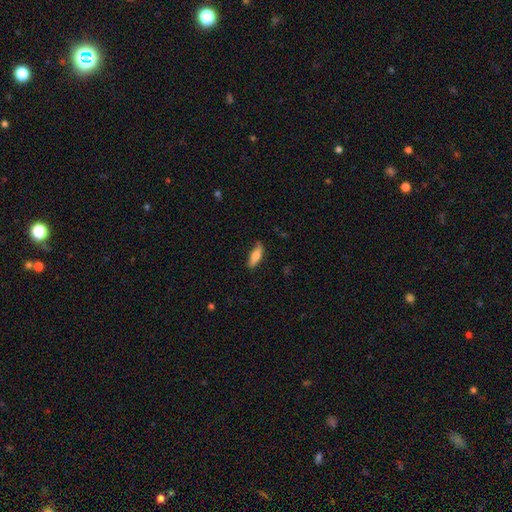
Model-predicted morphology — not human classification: Smooth or featured? smooth (78%)
How rounded? in between (56%)
Merging? none (80%)